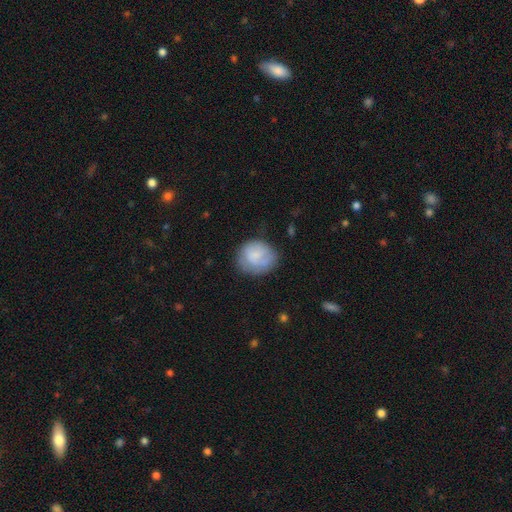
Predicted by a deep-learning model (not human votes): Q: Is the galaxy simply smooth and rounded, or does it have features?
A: smooth — 69%.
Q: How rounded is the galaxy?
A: round — 73%.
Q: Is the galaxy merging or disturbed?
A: none — 64%.